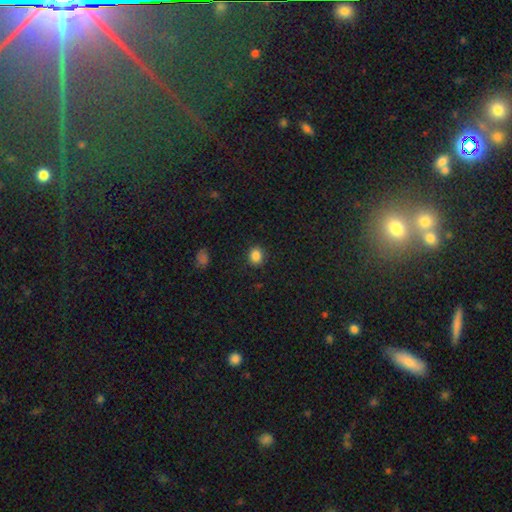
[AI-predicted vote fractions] This appears to be a smooth galaxy with no disk features (85%) that is round (70%). Merging: none (89%).